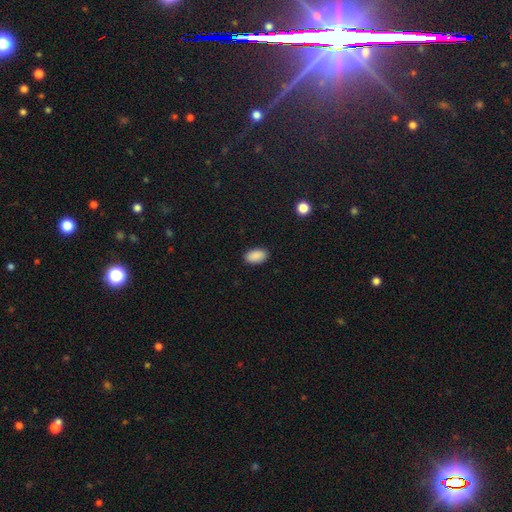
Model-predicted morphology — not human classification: Smooth or featured?
  - smooth: 90% *
  - star or artifact: 8%
  - featured or disk: 2%
How rounded?
  - in between: 93% *
  - round: 5%
  - cigar-shaped: 2%
Merging?
  - none: 89% *
  - minor disturbance: 7%
  - major disturbance: 2%
  - merger: 1%